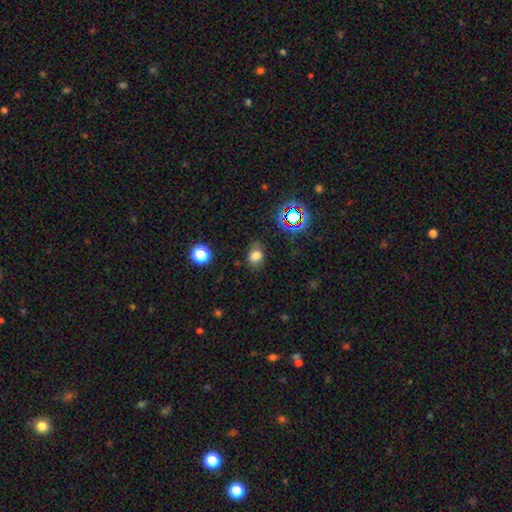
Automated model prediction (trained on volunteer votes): Morphology: type=smooth (73%); roundness=in between (67%); merging=none (72%).